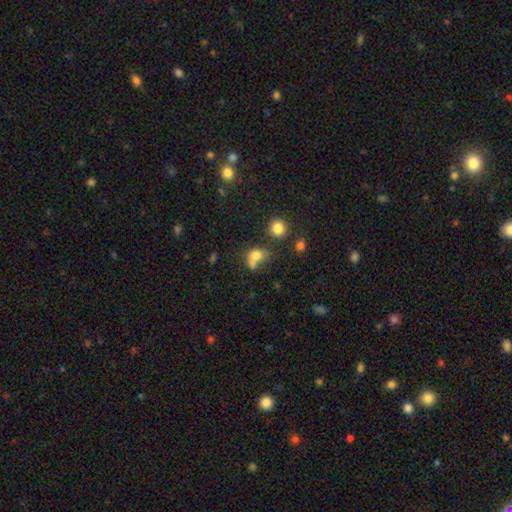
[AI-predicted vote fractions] This appears to be a smooth galaxy with no disk features (72%) that is round (51%). Merging: merger (43%).